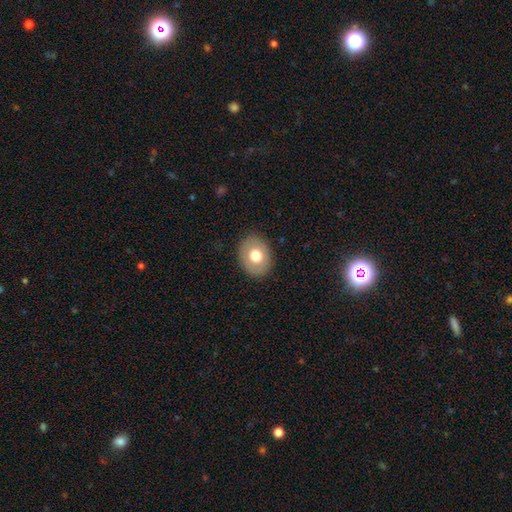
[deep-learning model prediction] Smooth or featured?
  - smooth: 71% *
  - featured or disk: 21%
  - star or artifact: 8%
How rounded?
  - in between: 53% *
  - round: 46%
  - cigar-shaped: 1%
Merging?
  - none: 87% *
  - minor disturbance: 9%
  - major disturbance: 3%
  - merger: 1%